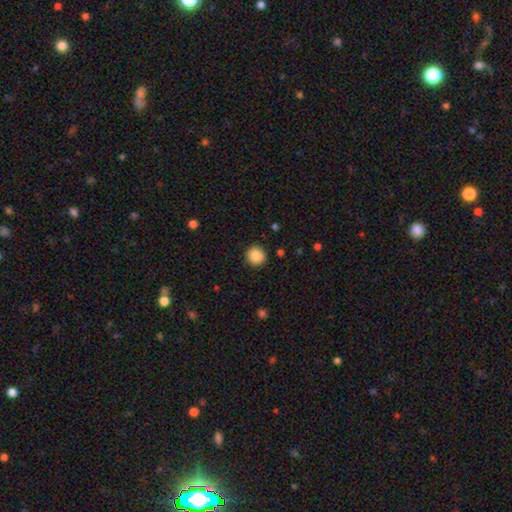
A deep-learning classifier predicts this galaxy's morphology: Smooth or featured? smooth (87%)
How rounded? round (93%)
Merging? none (88%)